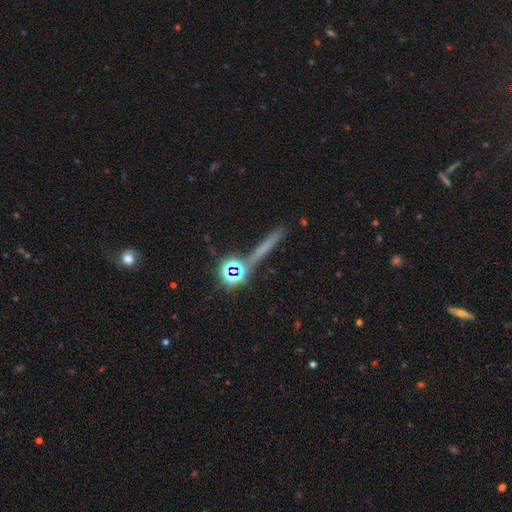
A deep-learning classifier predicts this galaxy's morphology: Q: Smooth or featured?
A: star or artifact (42%); runner-up: smooth (34%)